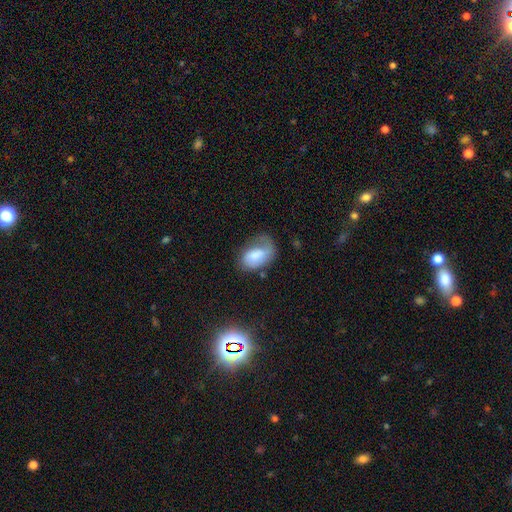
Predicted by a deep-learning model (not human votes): smooth 59%, featured or disk 33%, star or artifact 8%. Down the decision tree: how rounded — in between (89%); merging — none (36%).